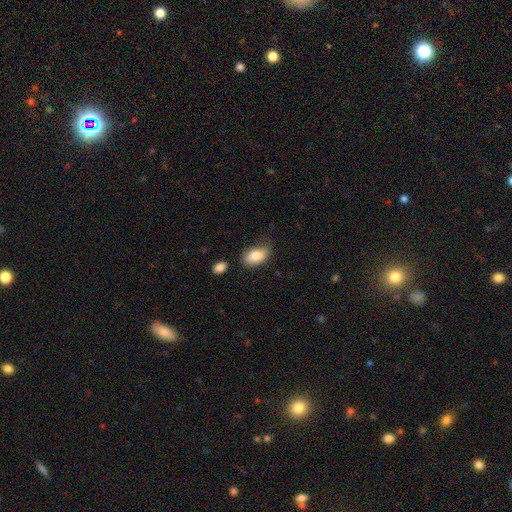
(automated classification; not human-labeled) smooth-or-featured: smooth: 83% | featured or disk: 10% | star or artifact: 7%
  how-rounded: in between: 90% | round: 8% | cigar-shaped: 2%
  merging: none: 64% | minor disturbance: 25% | major disturbance: 6% | merger: 4%